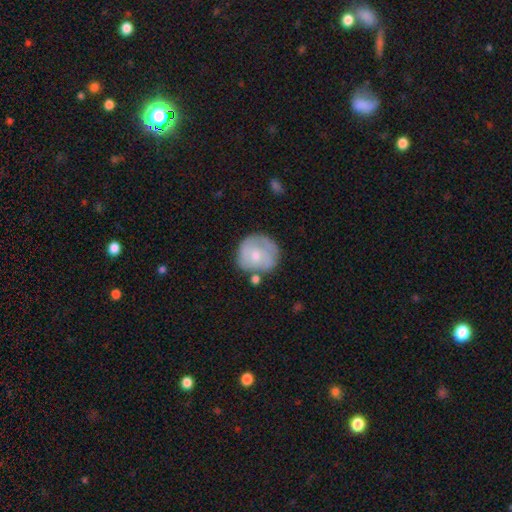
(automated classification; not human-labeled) The model was most divided on "smooth or featured": smooth: 58%, featured or disk: 35%, star or artifact: 7%. More confident: how rounded — round (88%); merging — none (60%).